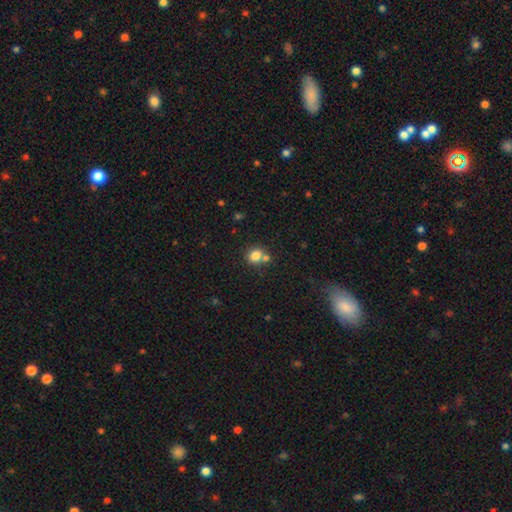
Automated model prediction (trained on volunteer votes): A smooth galaxy with no disk features (80%) that is round (73%).

Vote fractions:
- Smooth or featured? smooth: 80% / star or artifact: 12% / featured or disk: 8%
- How rounded? round: 73% / in between: 26% / cigar-shaped: 1%
- Merging? none: 57% / merger: 30% / minor disturbance: 10% / major disturbance: 3%